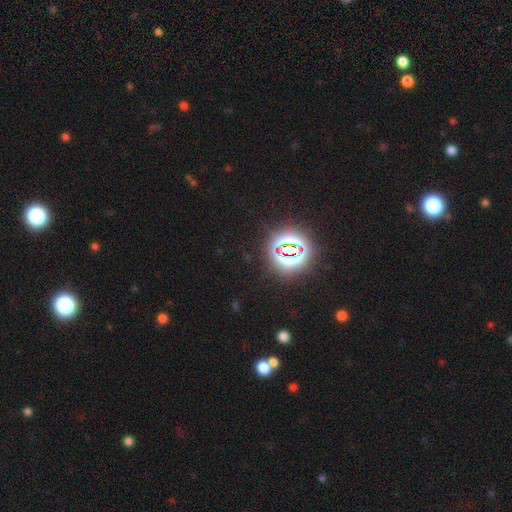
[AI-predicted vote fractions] smooth_or_featured: star or artifact (p=0.81) [alt: smooth p=0.13]